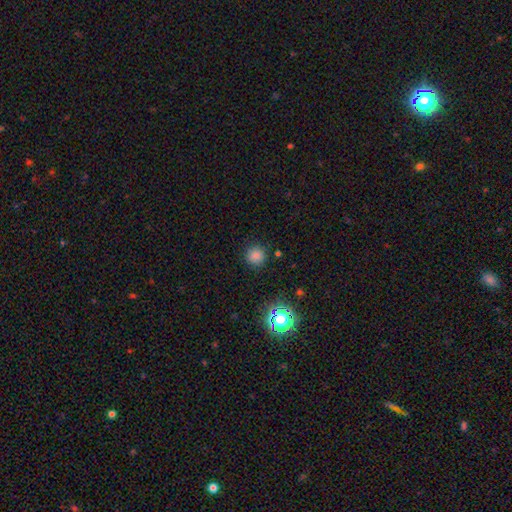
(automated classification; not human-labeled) Overall: smooth (78%). How rounded: round (92%). Merging: none (87%).